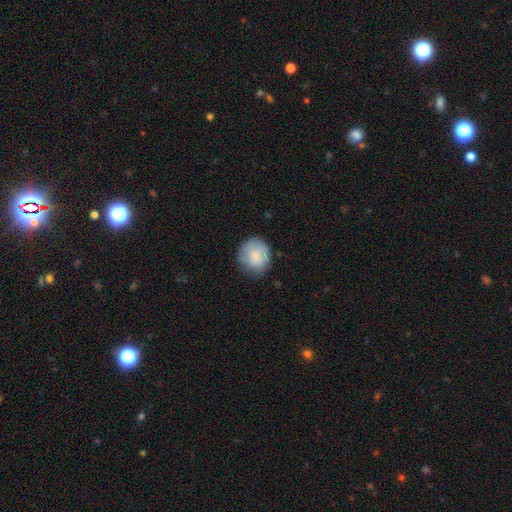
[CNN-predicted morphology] smooth-or-featured: smooth: 77% | featured or disk: 16% | star or artifact: 7%
  how-rounded: round: 74% | in between: 25% | cigar-shaped: 1%
  merging: none: 66% | minor disturbance: 25% | major disturbance: 7% | merger: 1%